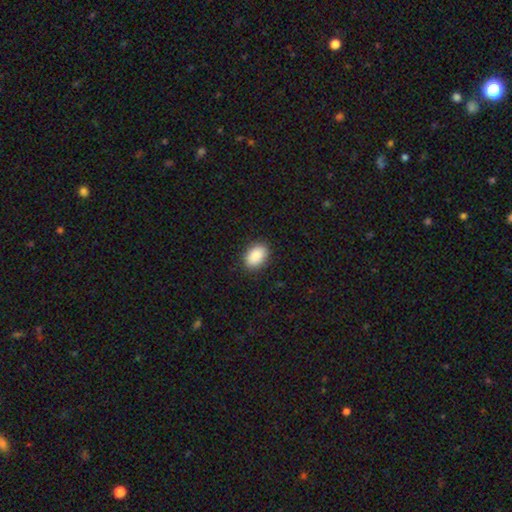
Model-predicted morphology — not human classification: Overall: smooth (88%). How rounded: in between (86%). Merging: none (89%).